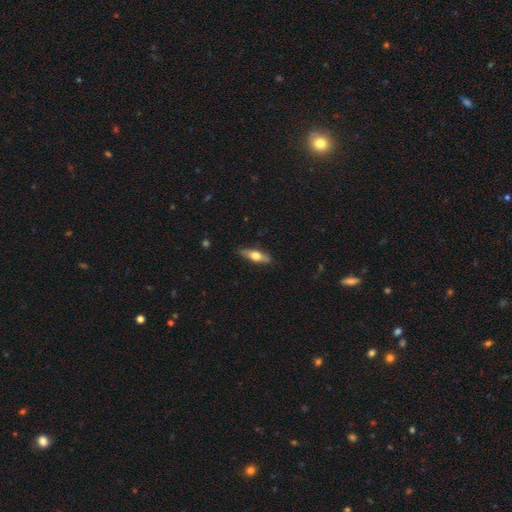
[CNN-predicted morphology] smooth-or-featured: smooth: 53% | featured or disk: 42% | star or artifact: 6%
  how-rounded: cigar-shaped: 51% | in between: 46% | round: 3%
  merging: none: 85% | minor disturbance: 11% | major disturbance: 2% | merger: 1%